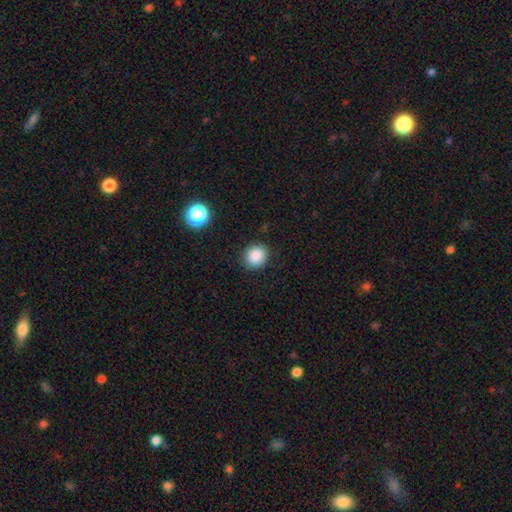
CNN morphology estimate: smooth-or-featured: smooth: 86% | star or artifact: 10% | featured or disk: 4%
  how-rounded: round: 79% | in between: 20% | cigar-shaped: 1%
  merging: none: 89% | minor disturbance: 8% | major disturbance: 2% | merger: 1%